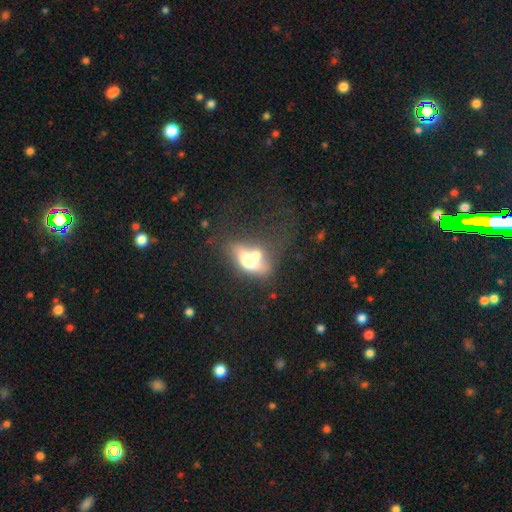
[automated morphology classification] smooth-or-featured: smooth: 53% | featured or disk: 37% | star or artifact: 10%
  how-rounded: in between: 75% | cigar-shaped: 13% | round: 12%
  merging: merger: 47% | none: 27% | minor disturbance: 13% | major disturbance: 13%